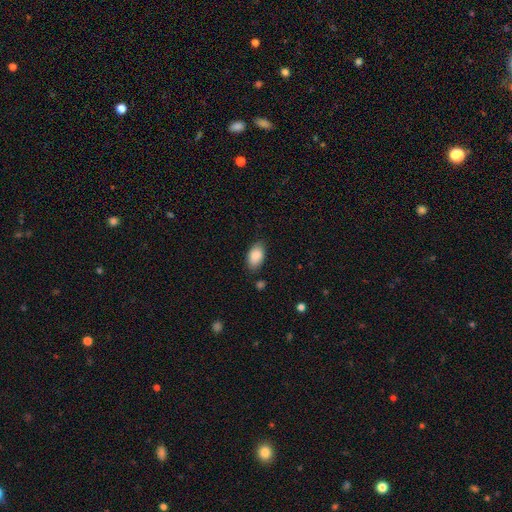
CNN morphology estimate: A smooth galaxy with no disk features (87%) that is in between round and cigar-shaped (93%).

Vote fractions:
- Smooth or featured? smooth: 87% / star or artifact: 7% / featured or disk: 6%
- How rounded? in between: 93% / round: 5% / cigar-shaped: 2%
- Merging? none: 81% / minor disturbance: 14% / major disturbance: 3% / merger: 2%